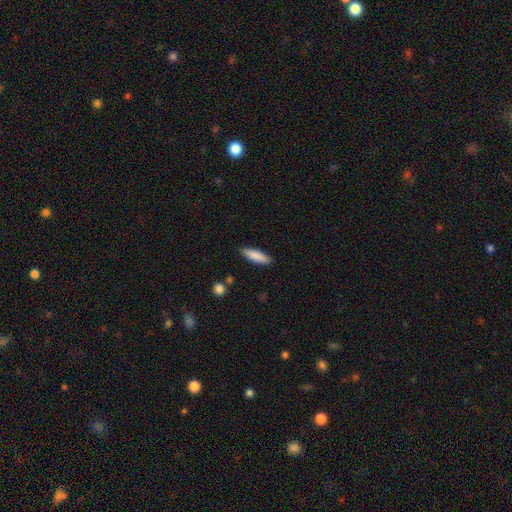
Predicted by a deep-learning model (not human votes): Smooth or featured?
  - smooth: 86% *
  - featured or disk: 8%
  - star or artifact: 6%
How rounded?
  - cigar-shaped: 57% *
  - in between: 41%
  - round: 2%
Merging?
  - none: 88% *
  - minor disturbance: 9%
  - major disturbance: 2%
  - merger: 2%